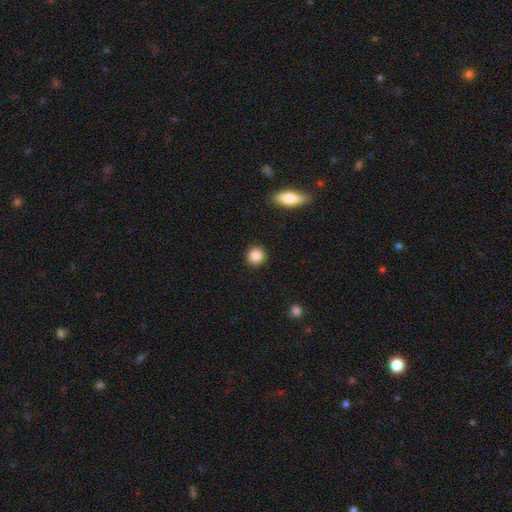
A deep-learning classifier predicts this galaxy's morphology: The model was most divided on "smooth or featured": smooth: 86%, star or artifact: 9%, featured or disk: 5%. More confident: how rounded — round (92%); merging — none (92%).